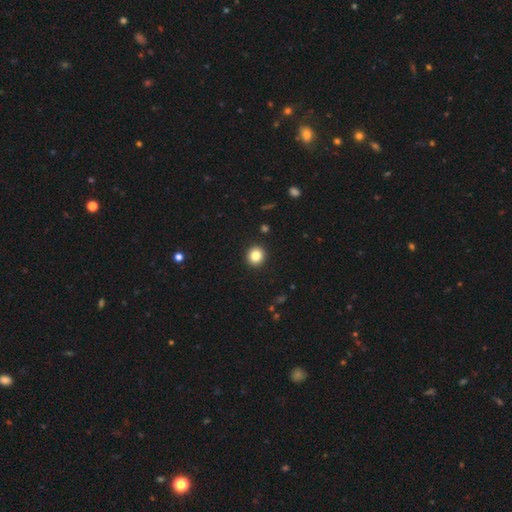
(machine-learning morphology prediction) A smooth galaxy with no disk features (83%) that is round (88%). Merging: none (93%).